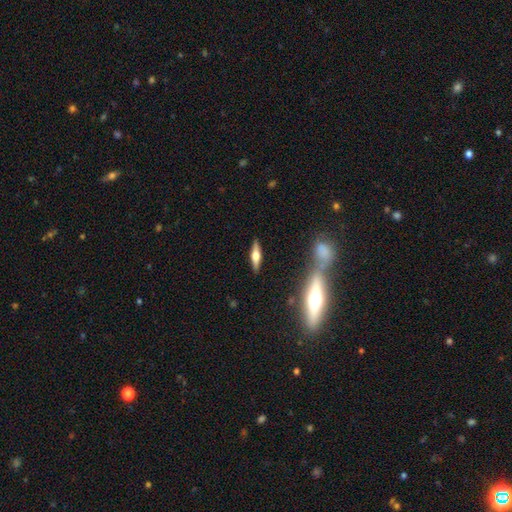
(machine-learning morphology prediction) Smooth or featured? Predicted: featured or disk (p=0.54). Edge-on disk? Predicted: yes (p=0.92). Merging? Predicted: none (p=0.85).